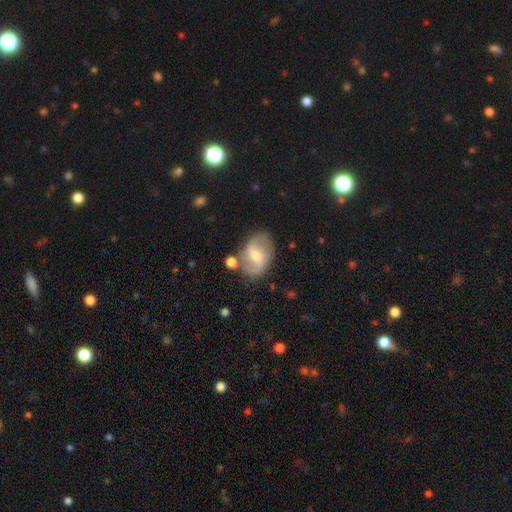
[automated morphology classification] smooth-or-featured: featured or disk: 80% | smooth: 14% | star or artifact: 6%
  disk-edge-on: no: 97% | yes: 3%
    bar: weak: 52% | no: 24% | strong: 23%
    has-spiral-arms: yes: 93% | no: 7%
      spiral-winding: medium: 46% | loose: 40% | tight: 14%
      spiral-arm-count: 2: 90% | can't tell: 5% | 1: 2% | 3: 1% | 4: 1% | more than 4: 1%
    bulge-size: moderate: 50% | small: 44% | large: 3% | none: 2% | dominant: 1%
  merging: none: 76% | minor disturbance: 15% | merger: 5% | major disturbance: 5%